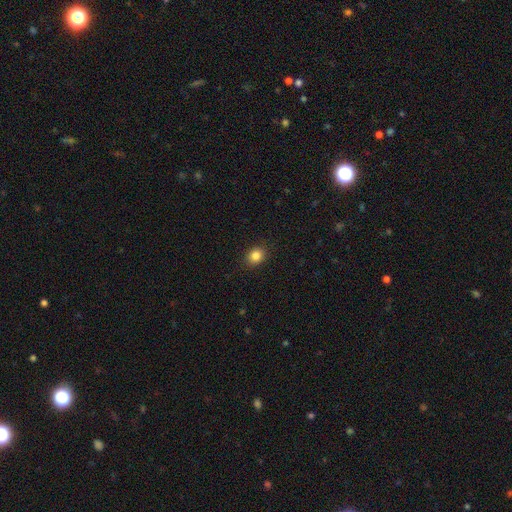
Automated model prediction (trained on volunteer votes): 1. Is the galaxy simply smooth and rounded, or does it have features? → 84% smooth, 11% star or artifact, 5% featured or disk.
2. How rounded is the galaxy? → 58% round, 41% in between, 1% cigar-shaped.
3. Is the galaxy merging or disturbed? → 89% none, 8% minor disturbance, 2% major disturbance, 1% merger.